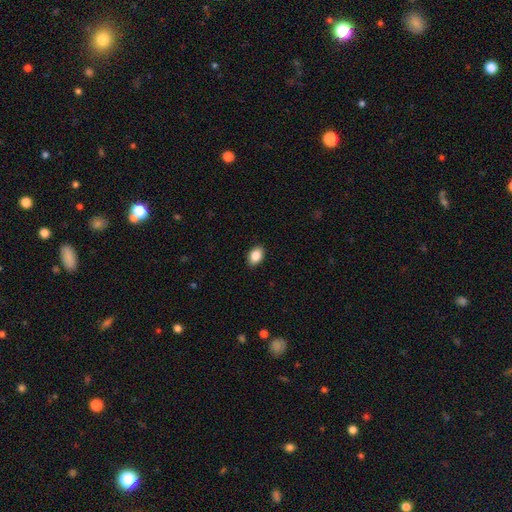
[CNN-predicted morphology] A smooth galaxy with no disk features (87%) that is in between round and cigar-shaped (83%). Merging: none (90%).